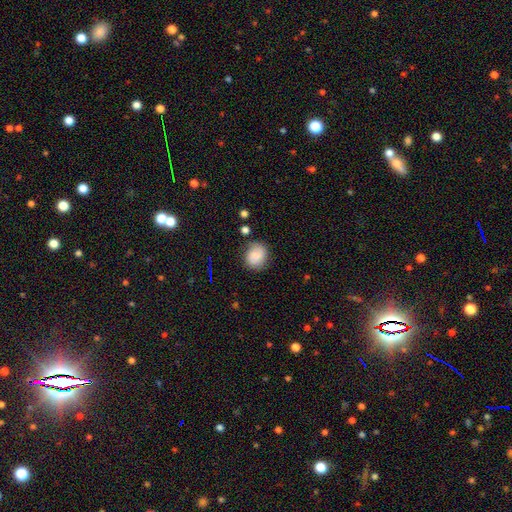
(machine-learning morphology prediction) Overall: smooth (79%). How rounded: round (68%; in between 31%). Merging: none (76%).